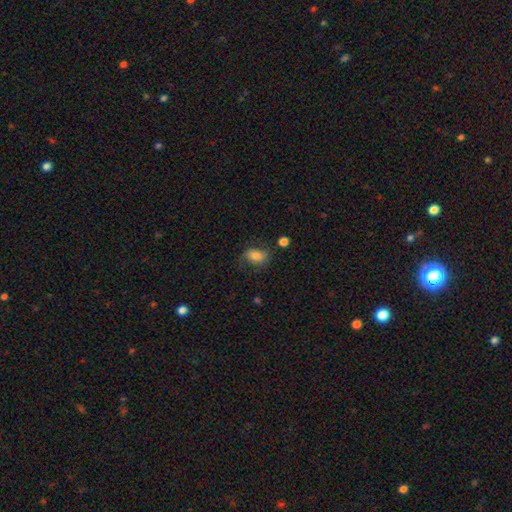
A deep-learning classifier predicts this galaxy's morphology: This is likely a smooth galaxy (67%). How rounded: likely in between (75%). Merging: possibly none (58%).